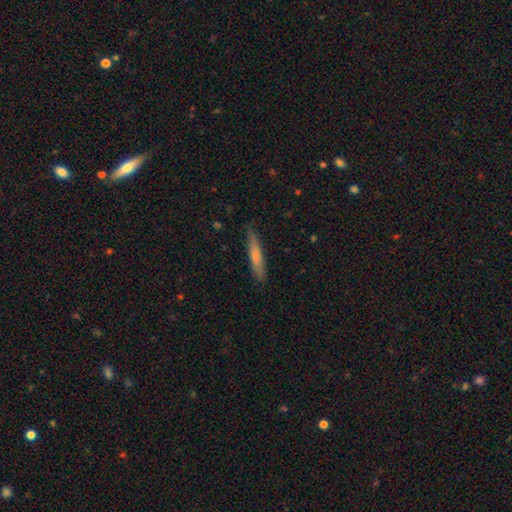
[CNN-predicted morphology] smooth-or-featured: smooth: 70% | featured or disk: 24% | star or artifact: 6%
  how-rounded: cigar-shaped: 92% | in between: 7% | round: 1%
  merging: none: 85% | minor disturbance: 12% | major disturbance: 2% | merger: 1%